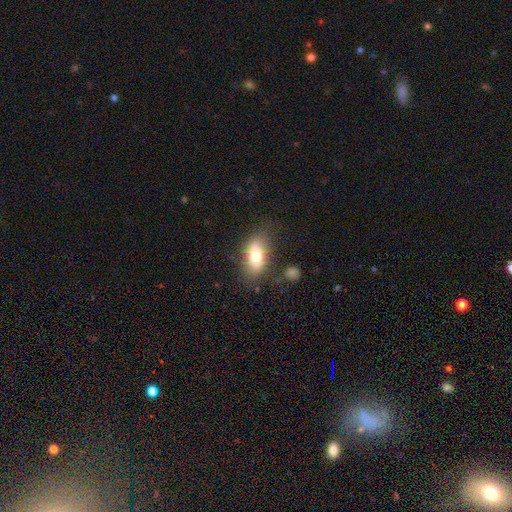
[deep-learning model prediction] This appears to be a smooth galaxy with no disk features (78%) that is in between round and cigar-shaped (88%). Merging: none (73%).